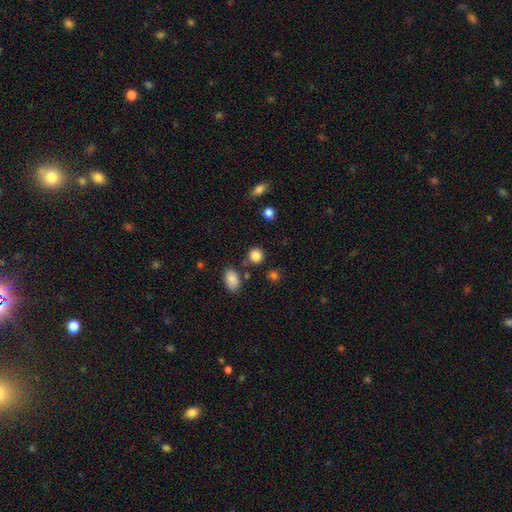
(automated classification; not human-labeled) This is clearly a smooth galaxy (85%). How rounded: clearly round (85%). Merging: likely none (80%).